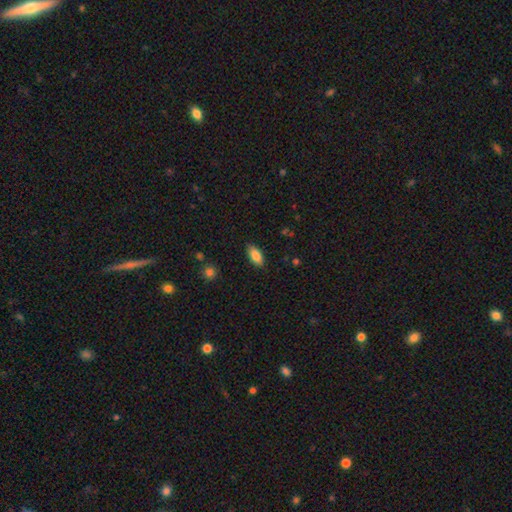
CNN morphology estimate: Overall: smooth (85%). How rounded: in between (87%). Merging: none (87%).